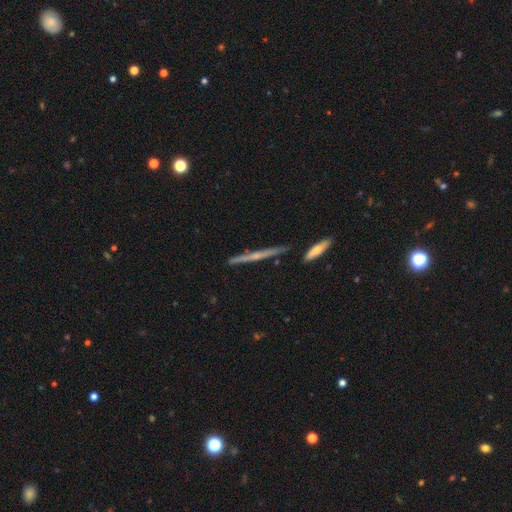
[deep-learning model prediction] Q: Smooth or featured?
A: featured or disk (66%); runner-up: smooth (27%)
Q: Edge-on disk?
A: yes (97%); runner-up: no (3%)
Q: Edge-on bulge?
A: none (50%); runner-up: rounded (42%)
Q: Merging?
A: none (86%); runner-up: minor disturbance (9%)